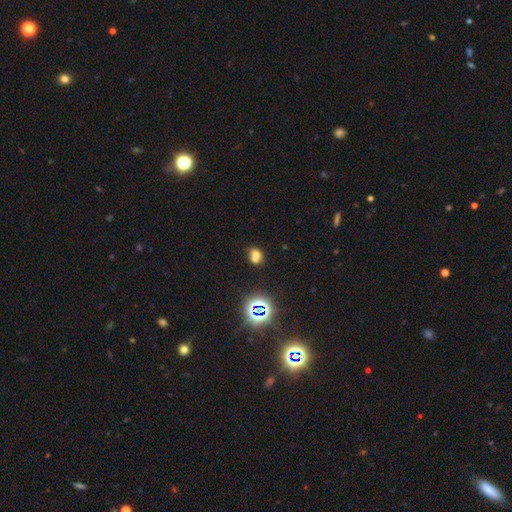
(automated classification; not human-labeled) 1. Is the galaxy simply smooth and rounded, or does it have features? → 60% smooth, 22% star or artifact, 18% featured or disk.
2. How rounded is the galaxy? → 54% round, 45% in between, 1% cigar-shaped.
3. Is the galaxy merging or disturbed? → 55% merger, 33% none, 8% minor disturbance, 4% major disturbance.